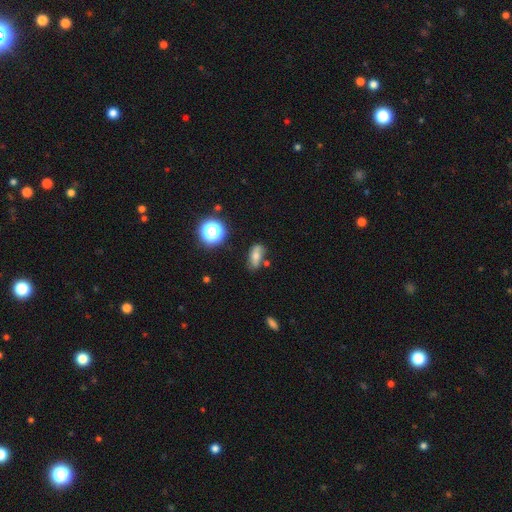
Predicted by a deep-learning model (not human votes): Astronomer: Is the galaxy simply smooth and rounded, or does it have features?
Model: smooth — 56%.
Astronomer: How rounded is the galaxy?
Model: in between — 75%.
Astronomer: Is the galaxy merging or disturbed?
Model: none — 60%.